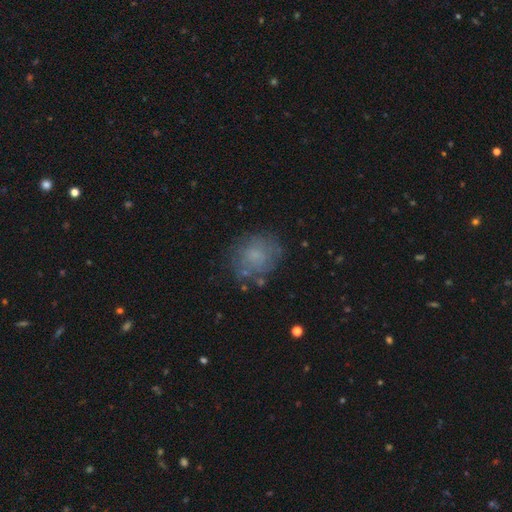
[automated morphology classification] smooth-or-featured: smooth: 59% | featured or disk: 28% | star or artifact: 13%
  how-rounded: round: 74% | in between: 25% | cigar-shaped: 1%
  merging: none: 69% | minor disturbance: 18% | major disturbance: 9% | merger: 3%